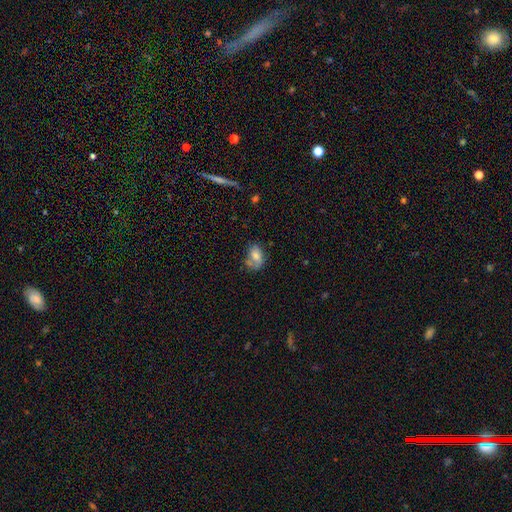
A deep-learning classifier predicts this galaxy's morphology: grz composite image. It shows a smooth galaxy with no disk features (65%) that is in between round and cigar-shaped (80%). Merging: none (40%).